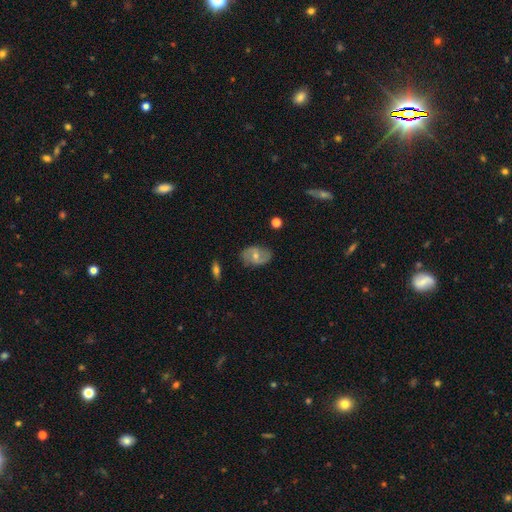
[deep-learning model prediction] The model was most divided on "spiral winding": medium: 41%, loose: 40%, tight: 19%. Remaining: edge-on disk — no (96%); spiral arm count — 2 (87%); spiral arms — yes (83%); merging — none (79%); smooth or featured — featured or disk (64%); bulge size — moderate (52%); bar — weak (46%).